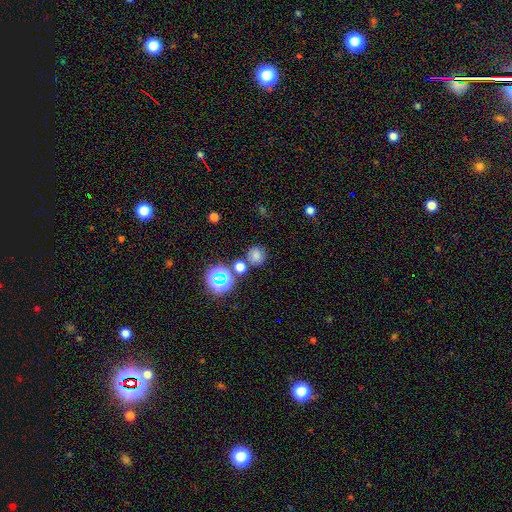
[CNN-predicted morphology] smooth_or_featured: smooth (p=0.71) [alt: star or artifact p=0.22]
how_rounded: round (p=0.86) [alt: in between p=0.13]
merging: none (p=0.75) [alt: merger p=0.12]